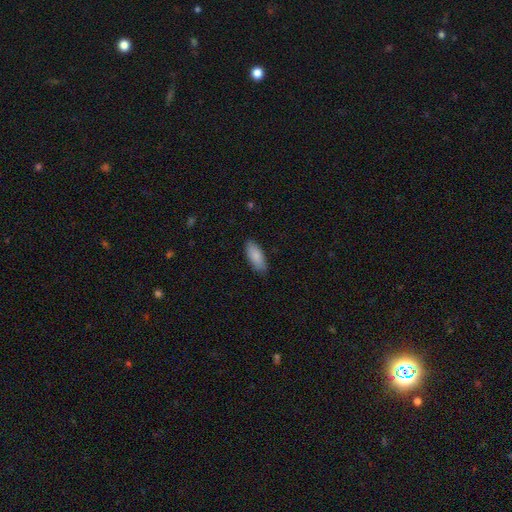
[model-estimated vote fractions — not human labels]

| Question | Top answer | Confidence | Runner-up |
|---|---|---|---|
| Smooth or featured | smooth | 87% | featured or disk (7%) |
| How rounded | in between | 77% | cigar-shaped (22%) |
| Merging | none | 87% | minor disturbance (10%) |